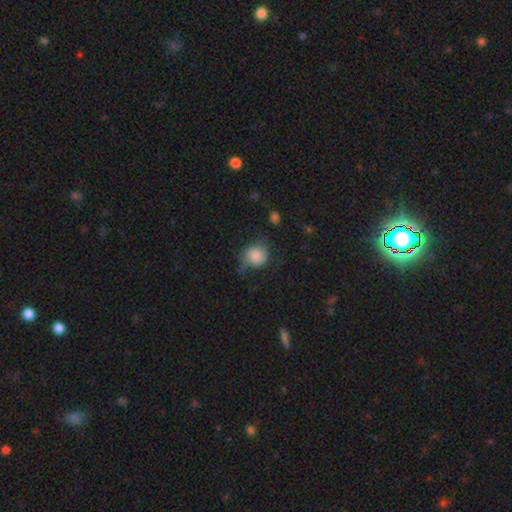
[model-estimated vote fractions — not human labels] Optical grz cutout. It shows a smooth galaxy with no disk features (76%) that is round (77%). Merging: none (44%).